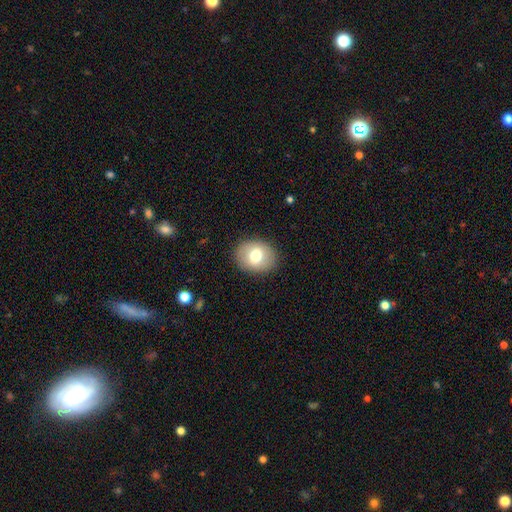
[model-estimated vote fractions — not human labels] Overall: smooth (73%). How rounded: in between (55%; round 44%). Merging: none (88%).